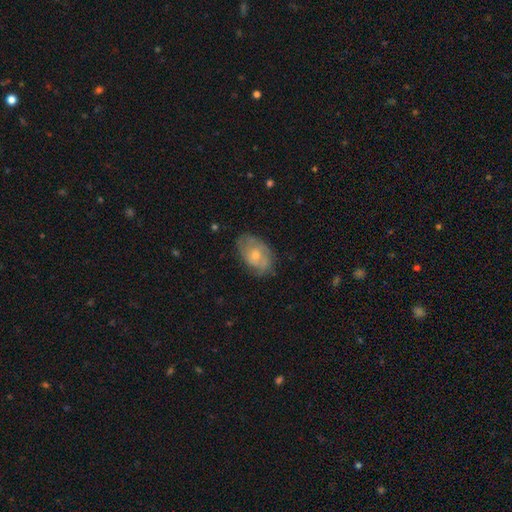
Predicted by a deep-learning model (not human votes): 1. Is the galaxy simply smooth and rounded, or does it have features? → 53% featured or disk, 41% smooth, 7% star or artifact.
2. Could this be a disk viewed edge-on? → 95% no, 5% yes.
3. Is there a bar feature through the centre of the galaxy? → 77% no, 20% weak, 3% strong.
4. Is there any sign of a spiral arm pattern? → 68% yes, 32% no.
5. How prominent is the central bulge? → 48% moderate, 45% small, 3% none, 3% large, 1% dominant.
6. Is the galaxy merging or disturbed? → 66% none, 24% minor disturbance, 8% major disturbance, 1% merger.